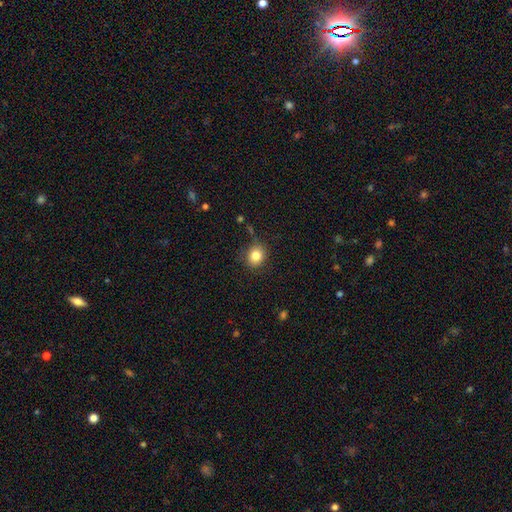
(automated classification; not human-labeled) Smooth or featured?
  - smooth: 83% *
  - star or artifact: 11%
  - featured or disk: 7%
How rounded?
  - round: 71% *
  - in between: 28%
  - cigar-shaped: 1%
Merging?
  - none: 82% *
  - minor disturbance: 13%
  - major disturbance: 3%
  - merger: 2%